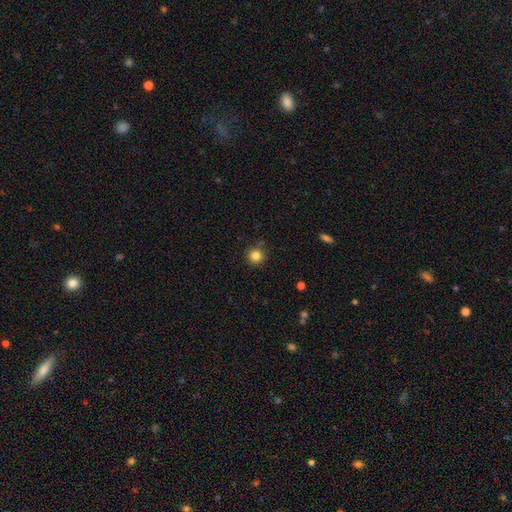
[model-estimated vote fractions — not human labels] smooth-or-featured: smooth: 84% | star or artifact: 11% | featured or disk: 5%
  how-rounded: round: 94% | in between: 5% | cigar-shaped: 1%
  merging: none: 86% | minor disturbance: 10% | major disturbance: 2% | merger: 2%